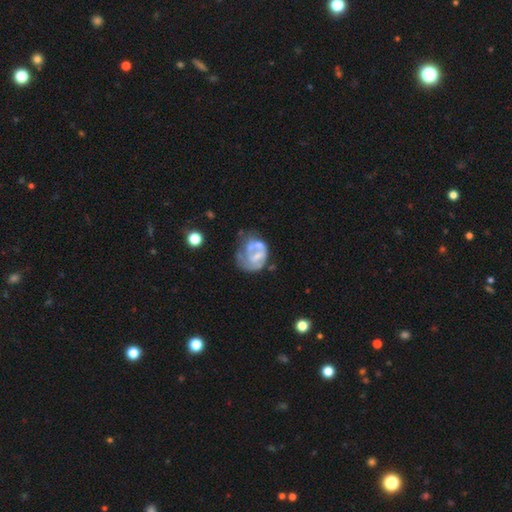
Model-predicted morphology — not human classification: smooth-or-featured: featured or disk: 62% | smooth: 29% | star or artifact: 9%
  disk-edge-on: no: 98% | yes: 2%
    bar: no: 63% | weak: 27% | strong: 9%
    has-spiral-arms: no: 64% | yes: 36%
    bulge-size: none: 44% | small: 30% | moderate: 22% | large: 3% | dominant: 1%
  merging: none: 32% (tied) | major disturbance: 32% (tied) | minor disturbance: 23% | merger: 12%